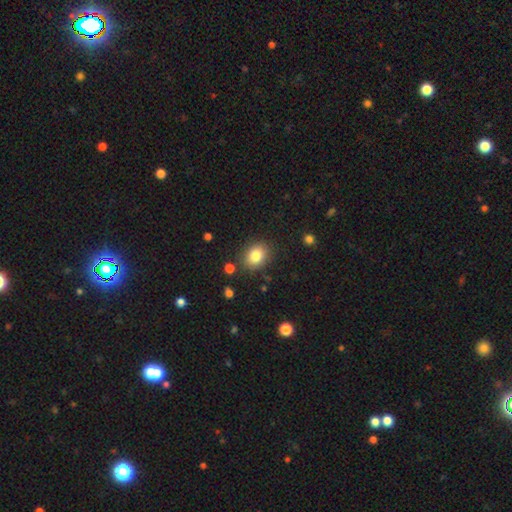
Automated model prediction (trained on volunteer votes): This appears to be a smooth galaxy with no disk features (82%) that is in between round and cigar-shaped (55%). Merging: none (85%).